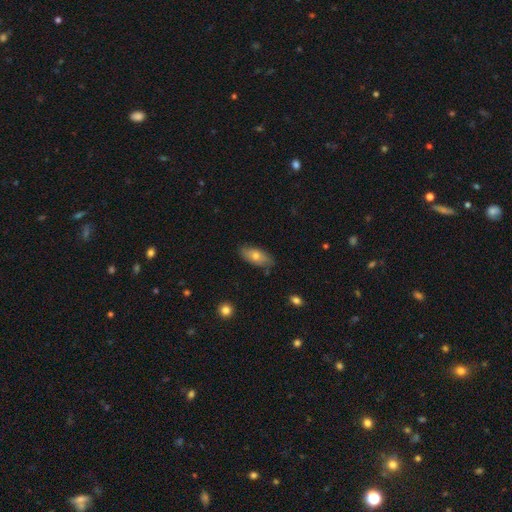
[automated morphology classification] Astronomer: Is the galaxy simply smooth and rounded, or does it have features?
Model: smooth — 68%.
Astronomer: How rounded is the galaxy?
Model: in between — 84%.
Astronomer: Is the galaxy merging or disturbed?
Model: none — 80%.